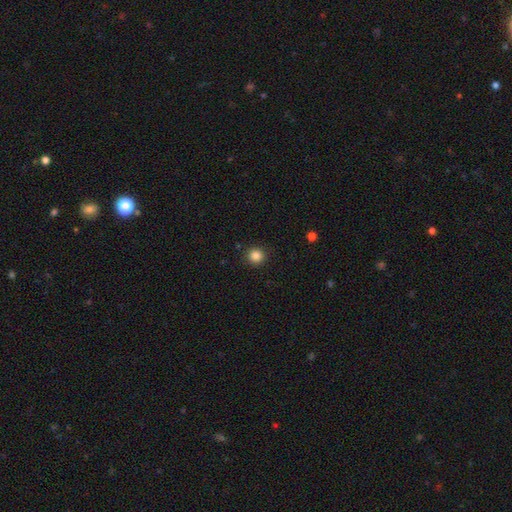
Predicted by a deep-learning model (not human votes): A smooth galaxy with no disk features (85%) that is round (94%).

Vote fractions:
- Smooth or featured? smooth: 85% / star or artifact: 11% / featured or disk: 4%
- How rounded? round: 94% / in between: 5% / cigar-shaped: 1%
- Merging? none: 91% / minor disturbance: 6% / major disturbance: 2% / merger: 1%